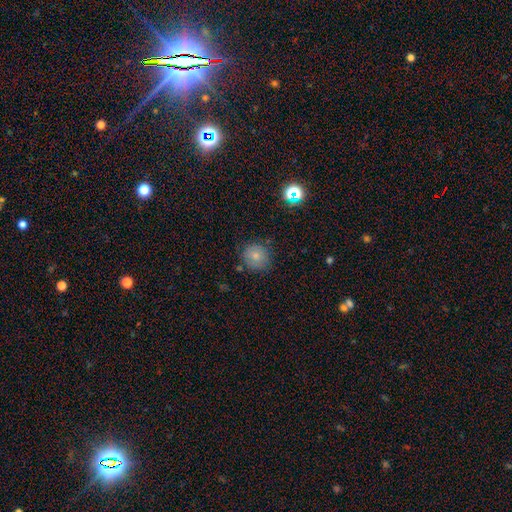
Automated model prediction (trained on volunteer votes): smooth-or-featured: smooth: 75% | star or artifact: 12% | featured or disk: 12%
  how-rounded: round: 85% | in between: 14% | cigar-shaped: 1%
  merging: none: 78% | minor disturbance: 16% | major disturbance: 4% | merger: 3%